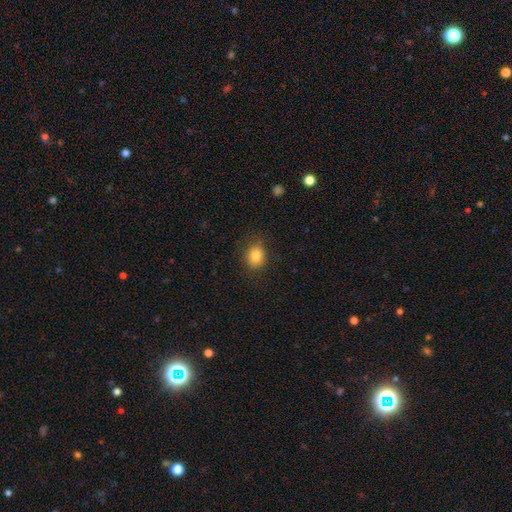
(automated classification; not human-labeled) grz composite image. It shows a smooth galaxy with no disk features (83%) that is round (60%). Merging: none (83%).